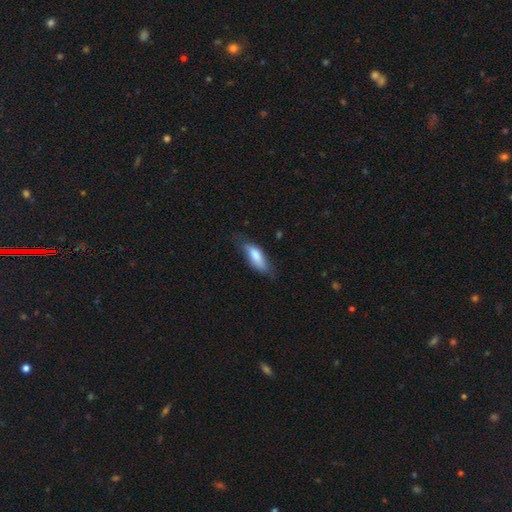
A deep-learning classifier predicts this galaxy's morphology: This appears to be a smooth galaxy with no disk features (79%) that is in between round and cigar-shaped (62%). Merging: none (61%).